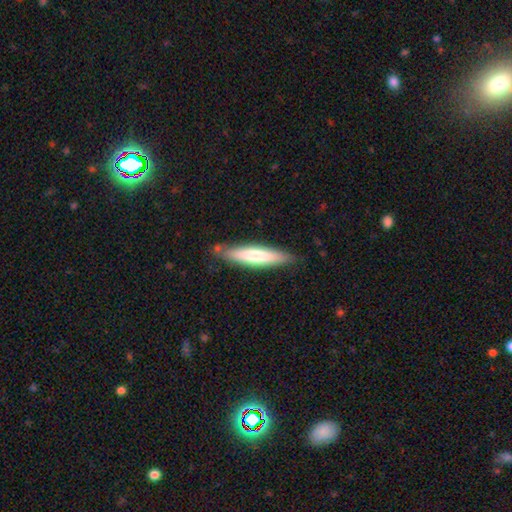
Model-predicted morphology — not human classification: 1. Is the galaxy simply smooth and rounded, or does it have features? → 66% smooth, 28% featured or disk, 5% star or artifact.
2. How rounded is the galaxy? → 82% cigar-shaped, 17% in between, 1% round.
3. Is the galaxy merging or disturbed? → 82% none, 13% minor disturbance, 3% merger, 3% major disturbance.